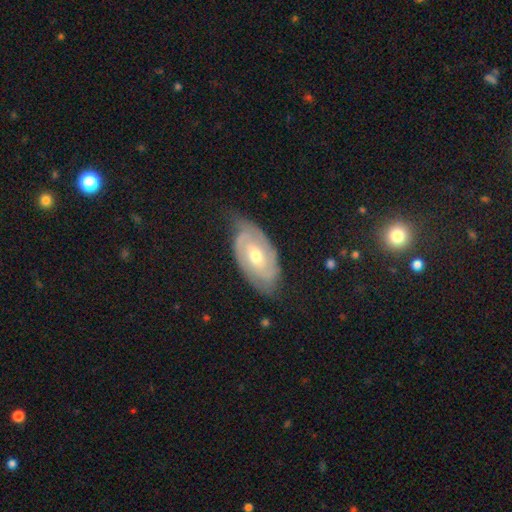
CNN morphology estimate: A featured or disk galaxy (78%) with no bar (52%), 2 (68%) tight (61%) spiral arms (91%) and a moderate central bulge (62%).

Vote fractions:
- Smooth or featured? featured or disk: 78% / smooth: 16% / star or artifact: 5%
- Edge-on disk? no: 94% / yes: 6%
- Bar? no: 52% / weak: 37% / strong: 11%
- Spiral arms? yes: 91% / no: 9%
- Spiral winding? tight: 61% / medium: 30% / loose: 9%
- Spiral arm count? 2: 68% / can't tell: 19% / 3: 5% / 1: 4% / 4: 2% / more than 4: 2%
- Bulge size? moderate: 62% / small: 34% / large: 3% / none: 1% / dominant: 1%
- Merging? none: 66% / minor disturbance: 24% / major disturbance: 8% / merger: 1%